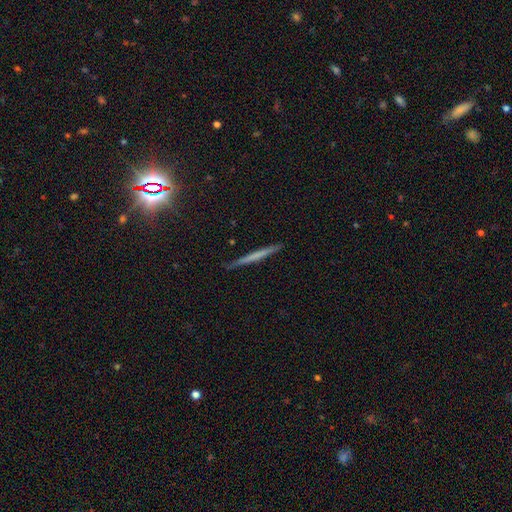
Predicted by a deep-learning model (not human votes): Smooth or featured: smooth — 46% (tied with featured or disk — 46%)
Merging: none — 90% (minor disturbance — 7%)